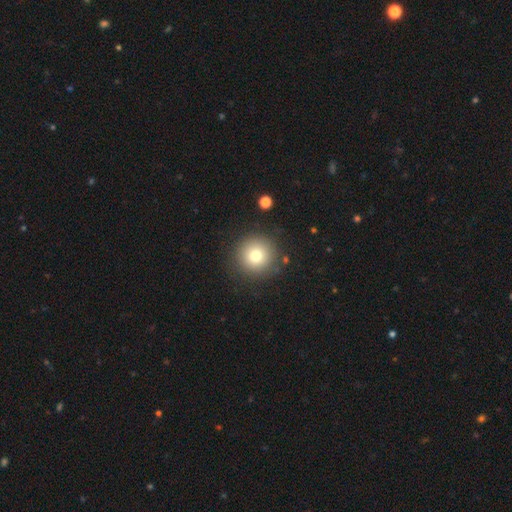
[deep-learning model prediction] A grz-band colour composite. It shows a smooth galaxy with no disk features (77%) that is round (96%). Merging: none (88%).